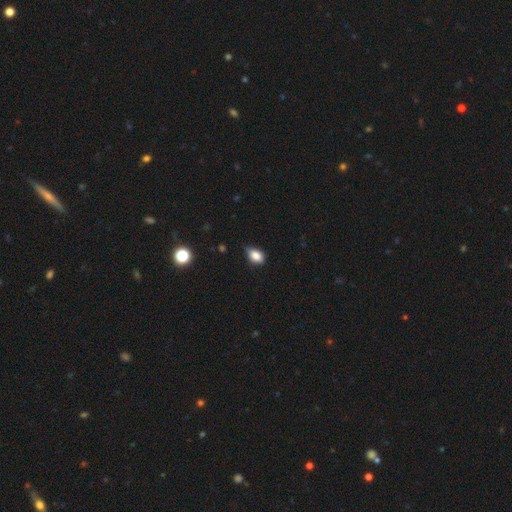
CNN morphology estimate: smooth 81%, featured or disk 10%, star or artifact 9%. Down the decision tree: how rounded — in between (83%); merging — none (61%).